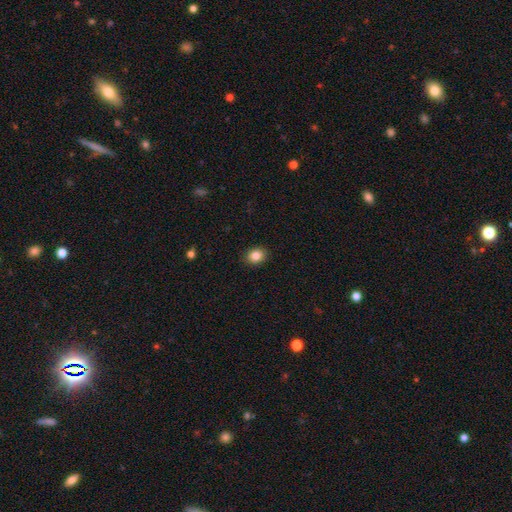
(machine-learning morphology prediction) smooth-or-featured: smooth: 85% | star or artifact: 10% | featured or disk: 6%
  how-rounded: round: 53% | in between: 46% | cigar-shaped: 1%
  merging: none: 90% | minor disturbance: 7% | major disturbance: 2% | merger: 1%